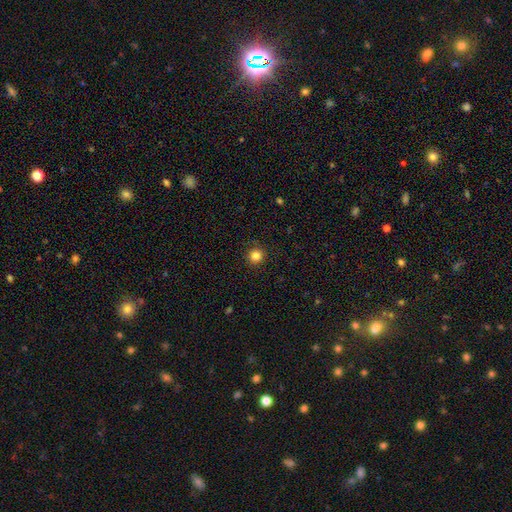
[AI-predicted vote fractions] Smooth or featured? Predicted: smooth (p=0.83). How rounded? Predicted: round (p=0.95). Merging? Predicted: none (p=0.91).